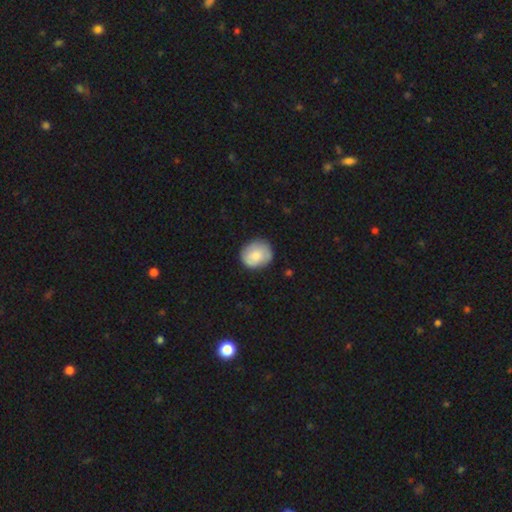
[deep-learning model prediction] smooth 73%, featured or disk 21%, star or artifact 6%. Down the decision tree: how rounded — round (74%); merging — none (76%).